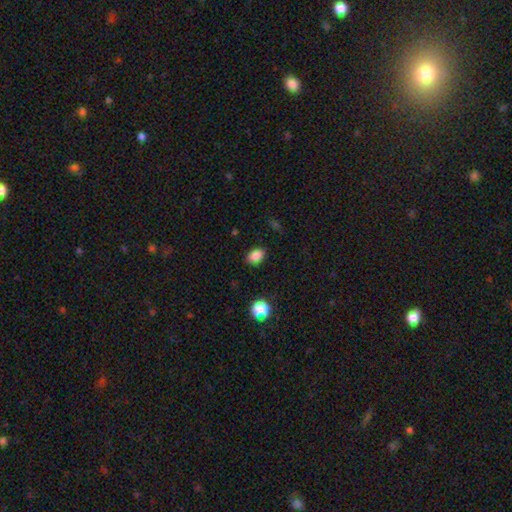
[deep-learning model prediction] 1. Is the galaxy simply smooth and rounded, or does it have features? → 85% smooth, 10% star or artifact, 4% featured or disk.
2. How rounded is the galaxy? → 76% in between, 23% round, 1% cigar-shaped.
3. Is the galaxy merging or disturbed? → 85% none, 11% minor disturbance, 3% major disturbance, 1% merger.